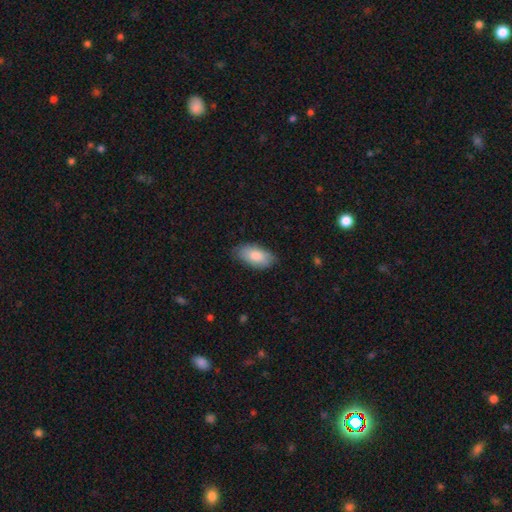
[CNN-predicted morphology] Smooth or featured?
  - smooth: 83% *
  - featured or disk: 11%
  - star or artifact: 6%
How rounded?
  - in between: 93% *
  - cigar-shaped: 4%
  - round: 3%
Merging?
  - none: 79% *
  - minor disturbance: 17%
  - major disturbance: 3%
  - merger: 1%